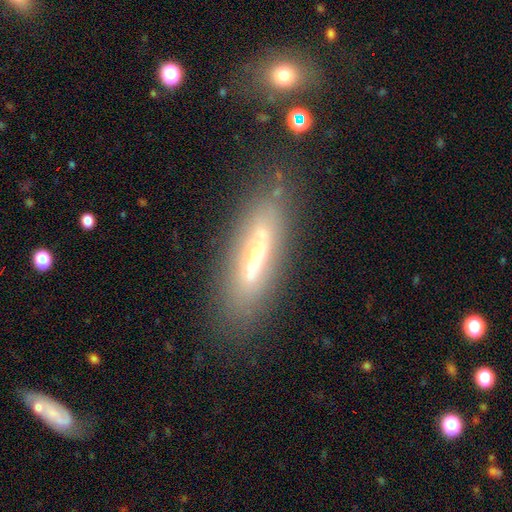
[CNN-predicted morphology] featured or disk 54%, smooth 36%, star or artifact 10%. Down the decision tree: edge-on disk — yes (52%); merging — none (77%).